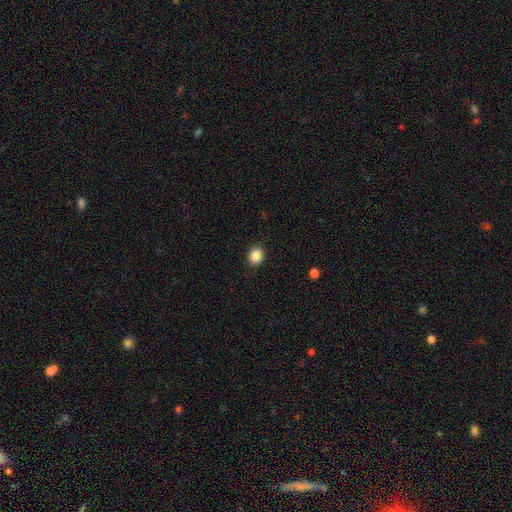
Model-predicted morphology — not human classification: The model was most divided on "how rounded": round: 70%, in between: 29%, cigar-shaped: 1%. More confident: merging — none (90%); smooth or featured — smooth (86%).